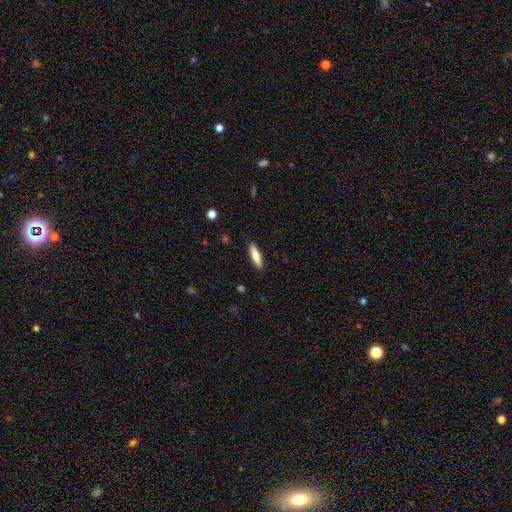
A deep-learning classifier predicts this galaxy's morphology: Overall: smooth (80%). How rounded: cigar-shaped (58%; in between 41%). Merging: none (89%).